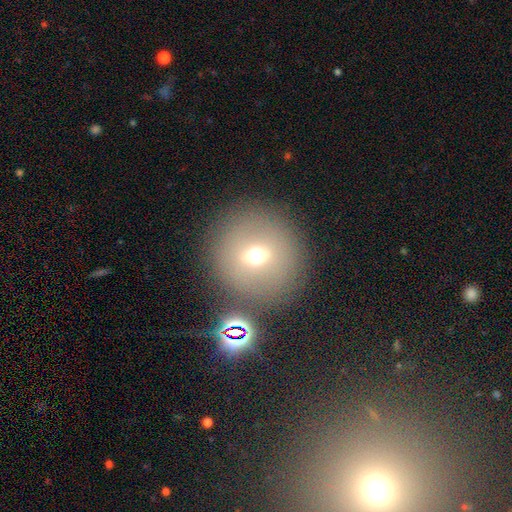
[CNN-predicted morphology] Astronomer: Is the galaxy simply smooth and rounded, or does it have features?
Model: smooth — 62%.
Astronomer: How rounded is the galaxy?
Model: round — 93%.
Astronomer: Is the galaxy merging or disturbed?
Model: none — 82%.